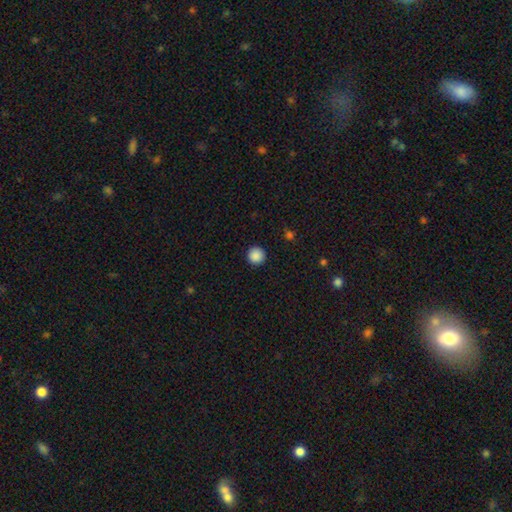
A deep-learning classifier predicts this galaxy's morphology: Smooth or featured: smooth — 88% (star or artifact — 9%)
How rounded: round — 96% (in between — 3%)
Merging: none — 92% (minor disturbance — 5%)